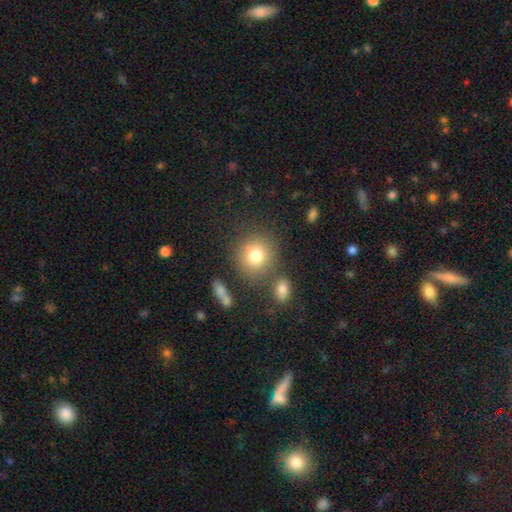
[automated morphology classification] Smooth or featured: smooth — 79% (star or artifact — 11%)
How rounded: round — 87% (in between — 12%)
Merging: none — 74% (minor disturbance — 11%)